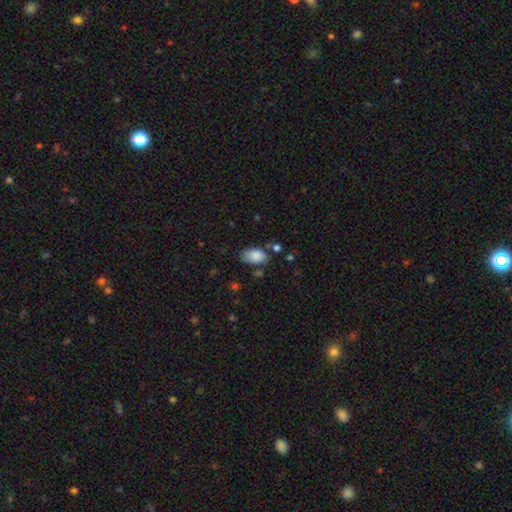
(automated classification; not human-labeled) This appears to be a smooth galaxy with no disk features (83%) that is in between round and cigar-shaped (92%). Merging: none (56%).